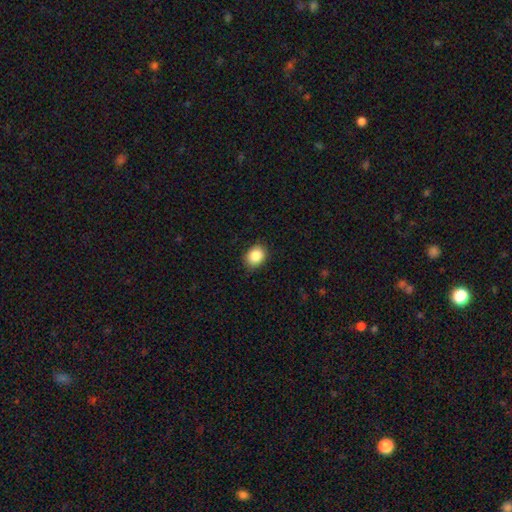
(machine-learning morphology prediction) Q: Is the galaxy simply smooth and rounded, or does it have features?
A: smooth — 87%.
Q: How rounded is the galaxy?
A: round — 50%.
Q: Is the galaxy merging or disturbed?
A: none — 86%.